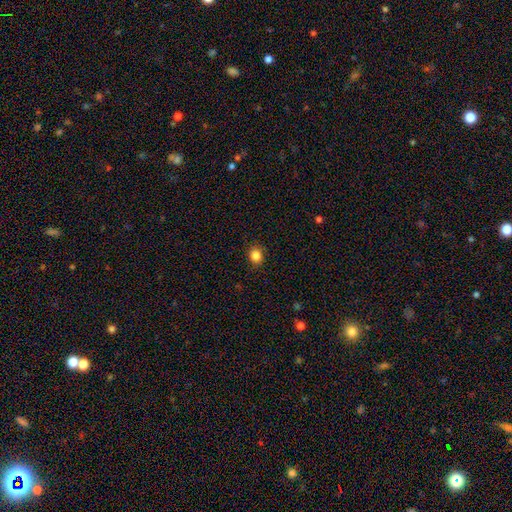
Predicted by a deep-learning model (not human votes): Q: Smooth or featured?
A: smooth (85%); runner-up: star or artifact (11%)
Q: How rounded?
A: round (64%); runner-up: in between (35%)
Q: Merging?
A: none (89%); runner-up: minor disturbance (8%)